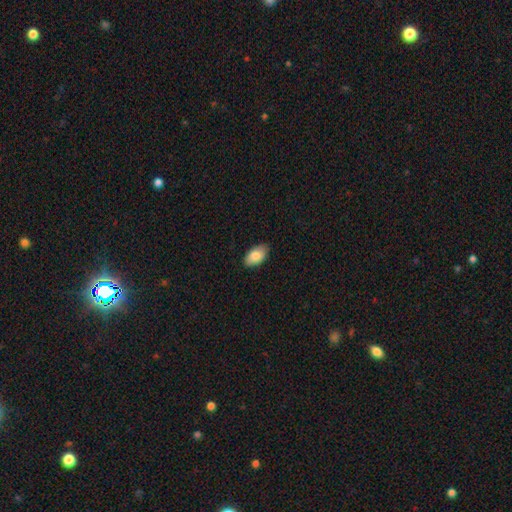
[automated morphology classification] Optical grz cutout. It shows a smooth galaxy with no disk features (85%) that is in between round and cigar-shaped (94%). Merging: none (85%).